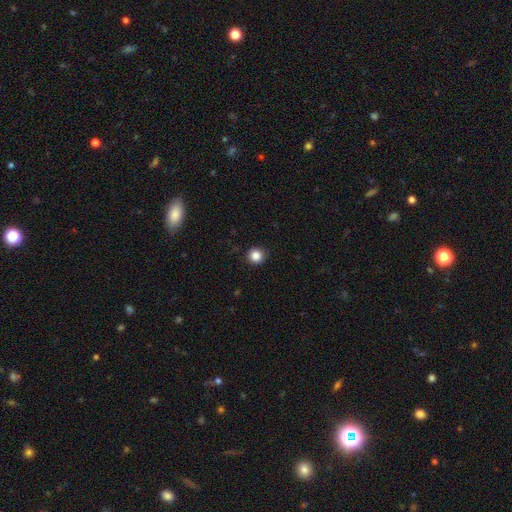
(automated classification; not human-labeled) smooth 86%, star or artifact 11%, featured or disk 3%. Down the decision tree: how rounded — round (93%); merging — none (91%).